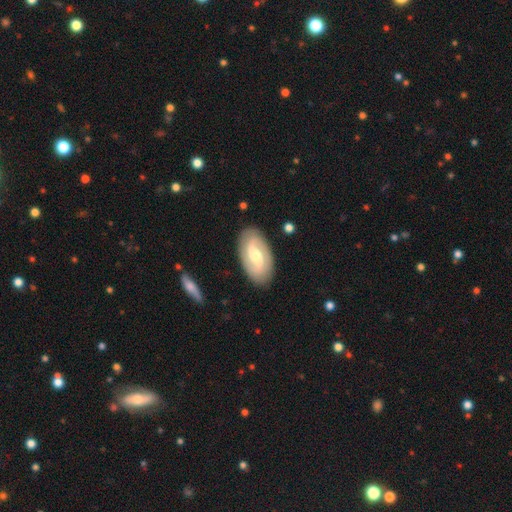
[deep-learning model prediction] smooth-or-featured: featured or disk: 77% | smooth: 19% | star or artifact: 4%
  disk-edge-on: no: 95% | yes: 5%
    bar: weak: 50% | strong: 31% | no: 19%
    has-spiral-arms: yes: 89% | no: 11%
      spiral-winding: medium: 42% | loose: 36% | tight: 22%
      spiral-arm-count: 2: 89% | can't tell: 6% | 1: 2% | 3: 1% | 4: 1% | more than 4: 1%
    bulge-size: moderate: 64% | small: 24% | large: 9% | none: 2% | dominant: 1%
  merging: none: 86% | minor disturbance: 10% | major disturbance: 3% | merger: 1%